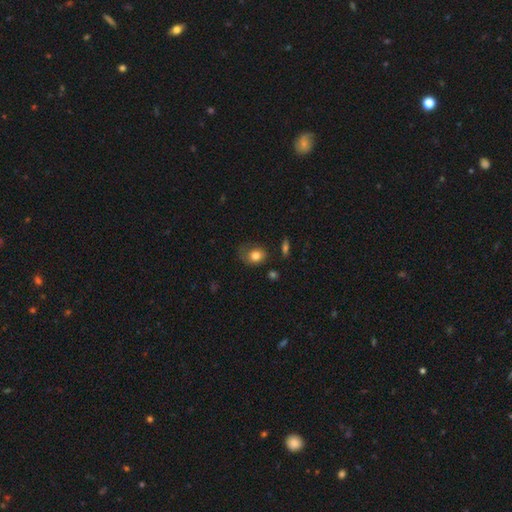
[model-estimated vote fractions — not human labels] This appears to be a smooth galaxy with no disk features (79%) that is round (55%). Merging: none (47%).